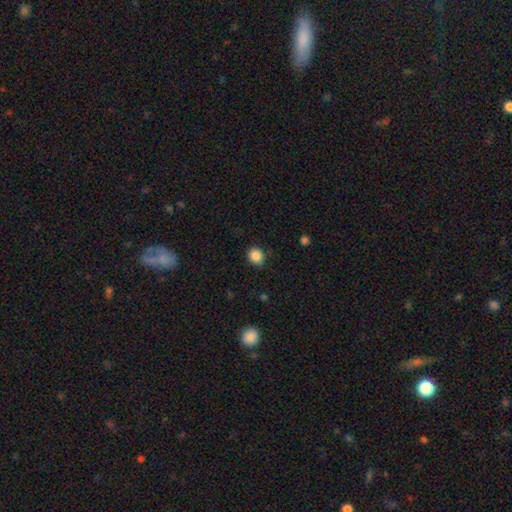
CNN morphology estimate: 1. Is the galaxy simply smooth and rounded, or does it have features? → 86% smooth, 10% star or artifact, 4% featured or disk.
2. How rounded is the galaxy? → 74% round, 25% in between, 1% cigar-shaped.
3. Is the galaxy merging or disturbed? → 80% none, 16% minor disturbance, 3% major disturbance, 1% merger.